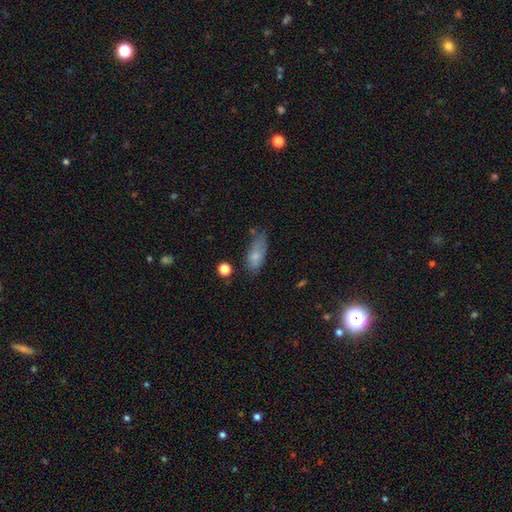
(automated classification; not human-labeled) A smooth galaxy with no disk features (76%) that is in between round and cigar-shaped (78%). Merging: none (52%).